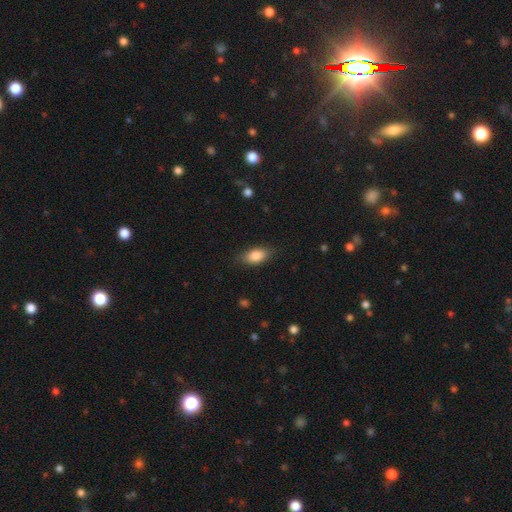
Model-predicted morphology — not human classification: smooth-or-featured: smooth: 84% | featured or disk: 9% | star or artifact: 7%
  how-rounded: in between: 88% | round: 6% | cigar-shaped: 6%
  merging: none: 81% | minor disturbance: 15% | major disturbance: 3% | merger: 1%